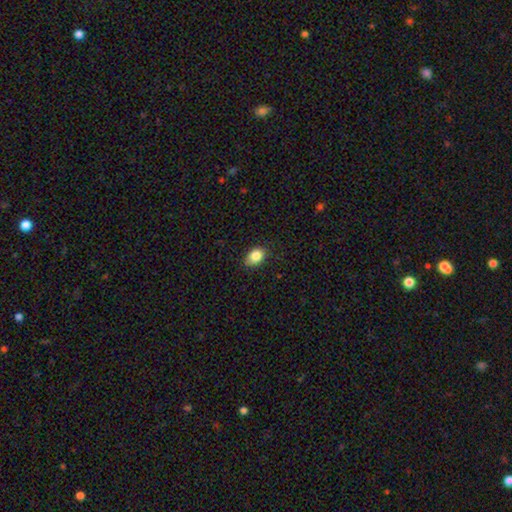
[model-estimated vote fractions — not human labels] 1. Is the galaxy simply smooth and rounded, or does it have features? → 85% smooth, 9% star or artifact, 6% featured or disk.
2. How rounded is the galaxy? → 80% in between, 19% round, 1% cigar-shaped.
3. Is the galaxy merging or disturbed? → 79% none, 17% minor disturbance, 3% major disturbance, 1% merger.